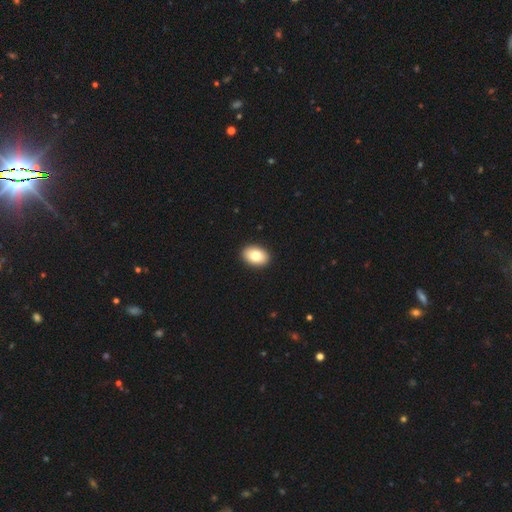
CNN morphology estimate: This is clearly a smooth galaxy (80%). How rounded: clearly in between (84%). Merging: clearly none (92%).